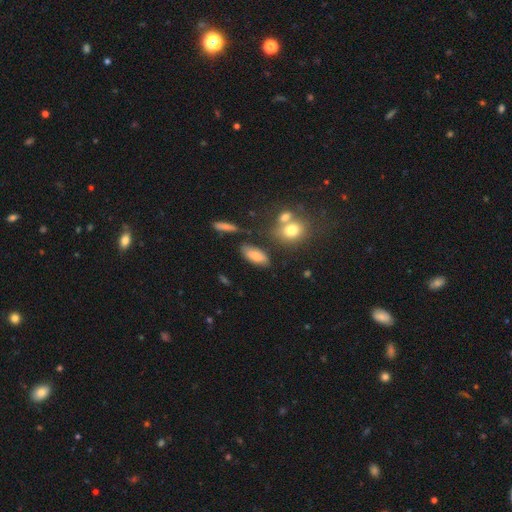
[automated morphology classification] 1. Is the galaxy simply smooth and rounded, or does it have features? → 73% smooth, 17% featured or disk, 10% star or artifact.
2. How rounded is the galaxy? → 82% in between, 14% cigar-shaped, 4% round.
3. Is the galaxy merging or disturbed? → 72% none, 16% minor disturbance, 7% merger, 5% major disturbance.